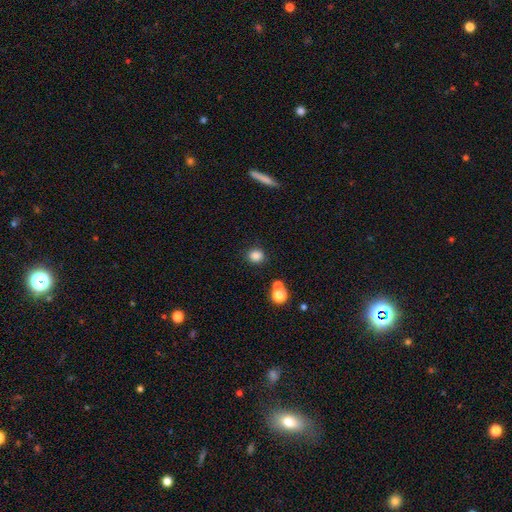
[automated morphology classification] Smooth or featured? Predicted: smooth (p=0.84). How rounded? Predicted: round (p=0.76). Merging? Predicted: none (p=0.83).